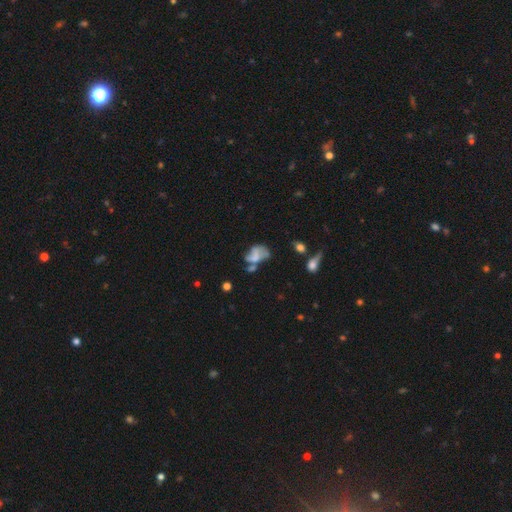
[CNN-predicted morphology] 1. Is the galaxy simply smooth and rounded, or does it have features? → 44% smooth, 43% featured or disk, 14% star or artifact.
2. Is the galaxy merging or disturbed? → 29% major disturbance, 26% merger, 24% none, 20% minor disturbance.